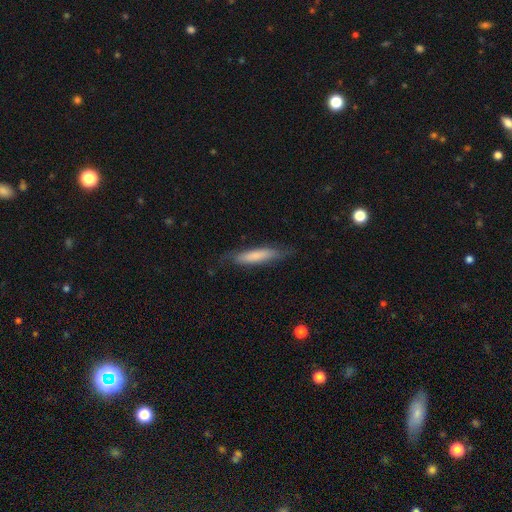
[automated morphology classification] Overall: smooth (70%). How rounded: cigar-shaped (84%). Merging: none (75%).